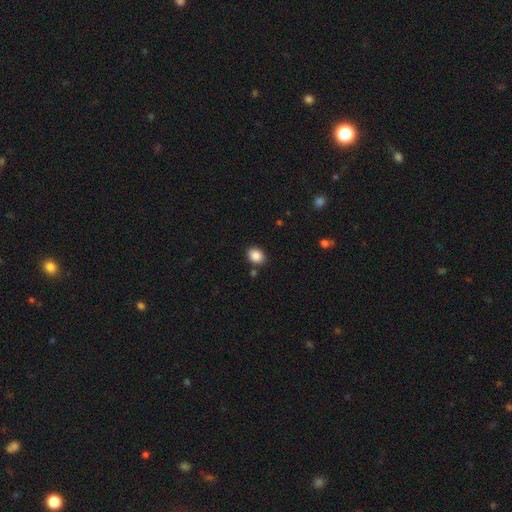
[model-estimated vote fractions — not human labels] smooth_or_featured: smooth (p=0.87) [alt: star or artifact p=0.09]
how_rounded: in between (p=0.62) [alt: round p=0.37]
merging: none (p=0.84) [alt: minor disturbance p=0.09]